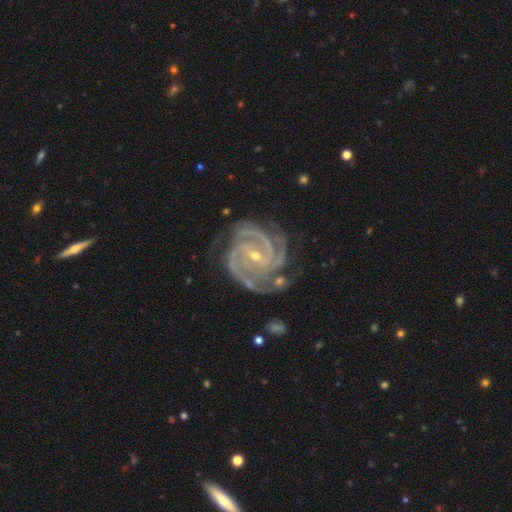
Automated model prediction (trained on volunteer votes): A featured or disk galaxy (94%) with a weak bar (39%), 3 (42%) tight (73%) spiral arms (99%) and a small central bulge (69%).

Vote fractions:
- Smooth or featured? featured or disk: 94% / star or artifact: 4% / smooth: 2%
- Edge-on disk? no: 98% / yes: 2%
- Bar? weak: 39% / no: 35% / strong: 26%
- Spiral arms? yes: 99% / no: 1%
- Spiral winding? tight: 73% / medium: 24% / loose: 2%
- Spiral arm count? 3: 42% / 4: 28% / 2: 12% / can't tell: 7% / more than 4: 6% / 1: 5%
- Bulge size? small: 69% / moderate: 28% / none: 1% / large: 1% / dominant: 1%
- Merging? none: 70% / minor disturbance: 20% / major disturbance: 7% / merger: 3%